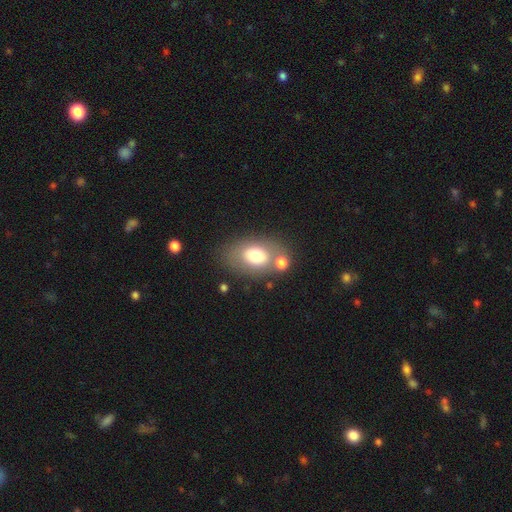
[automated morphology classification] Q: Smooth or featured?
A: smooth (71%); runner-up: featured or disk (20%)
Q: How rounded?
A: in between (83%); runner-up: round (16%)
Q: Merging?
A: none (58%); runner-up: merger (23%)